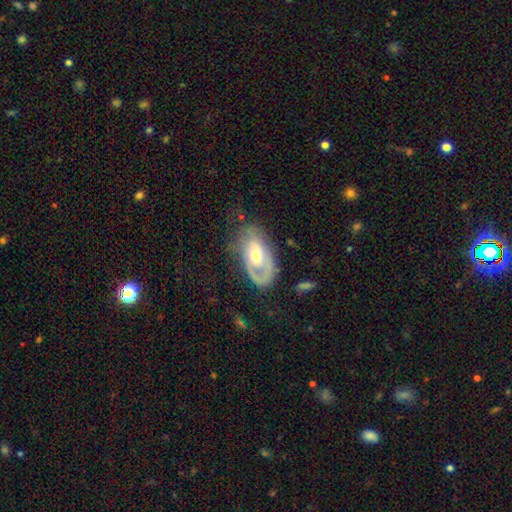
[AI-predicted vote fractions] The model was most divided on "bulge size": moderate: 59%, small: 34%, large: 5%, none: 1%, dominant: 1%. More confident: edge-on disk — no (93%); bar — no (73%); spiral arms — yes (71%); smooth or featured — featured or disk (67%); merging — none (52%).